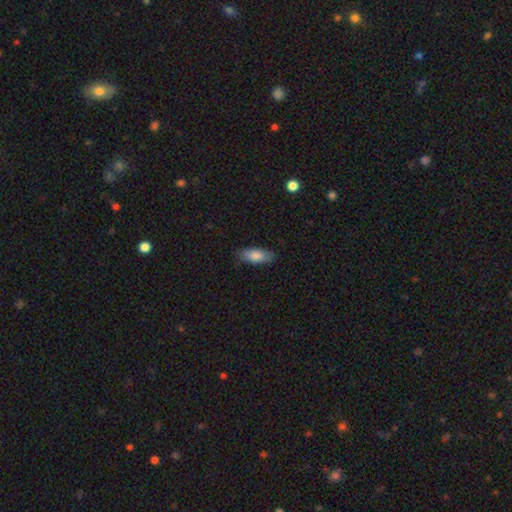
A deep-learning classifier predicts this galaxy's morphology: Smooth or featured: smooth — 83% (featured or disk — 11%)
How rounded: in between — 79% (cigar-shaped — 19%)
Merging: none — 82% (minor disturbance — 14%)